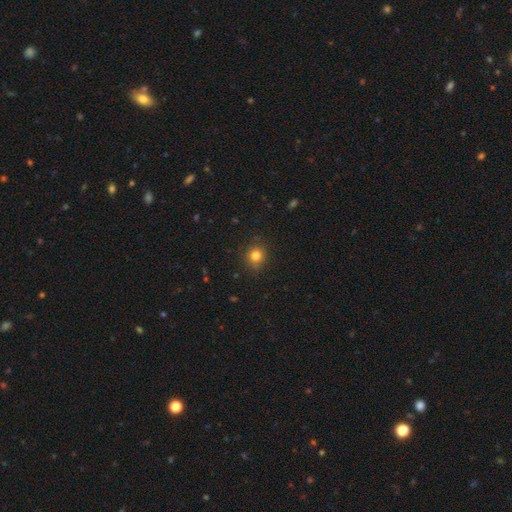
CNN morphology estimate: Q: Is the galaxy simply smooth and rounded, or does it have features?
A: smooth — 81%.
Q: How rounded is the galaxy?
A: round — 85%.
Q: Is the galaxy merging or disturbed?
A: none — 87%.